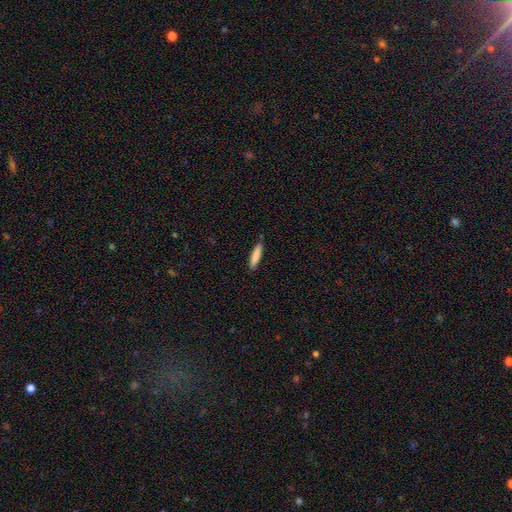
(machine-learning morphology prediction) This is clearly a smooth galaxy (83%). How rounded: clearly cigar-shaped (88%). Merging: clearly none (86%).